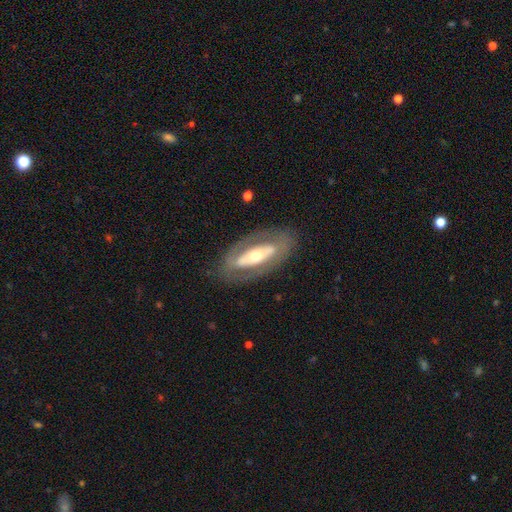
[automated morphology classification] Smooth or featured?
  - featured or disk: 69% *
  - smooth: 26%
  - star or artifact: 5%
Edge-on disk?
  - no: 82% *
  - yes: 18%
Bar?
  - no: 53% *
  - strong: 31%
  - weak: 16%
Spiral arms?
  - no: 74% *
  - yes: 26%
Bulge size?
  - moderate: 59% *
  - small: 27%
  - large: 11%
  - dominant: 2%
  - none: 1%
Merging?
  - none: 78% *
  - minor disturbance: 13%
  - major disturbance: 8%
  - merger: 1%